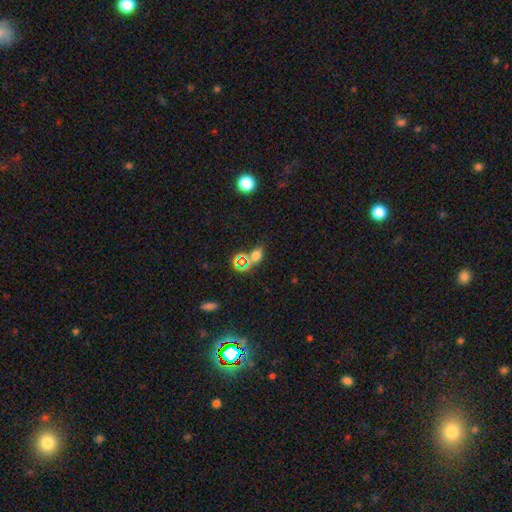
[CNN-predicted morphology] A smooth galaxy with no disk features (54%) that is in between round and cigar-shaped (62%). Merging: none (65%).